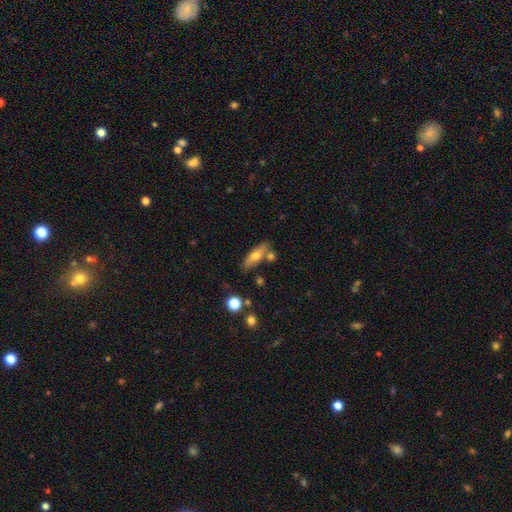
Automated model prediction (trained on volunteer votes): This appears to be a smooth galaxy with no disk features (65%) that is in between round and cigar-shaped (61%). Merging: none (67%).